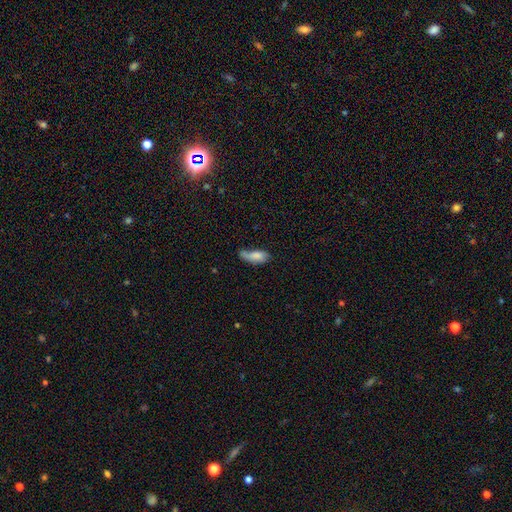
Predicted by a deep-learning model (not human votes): The model was most divided on "merging": none: 37%, minor disturbance: 35%, major disturbance: 20%, merger: 8%. More confident: smooth or featured — smooth (75%); how rounded — in between (74%).